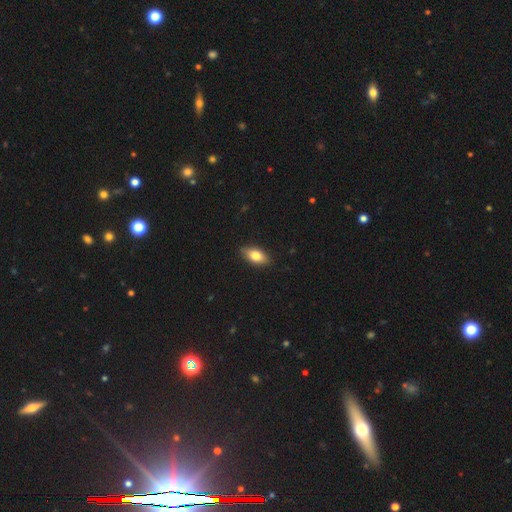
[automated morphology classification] smooth-or-featured: smooth: 76% | featured or disk: 17% | star or artifact: 7%
  how-rounded: in between: 87% | cigar-shaped: 8% | round: 5%
  merging: none: 87% | minor disturbance: 10% | major disturbance: 2% | merger: 1%